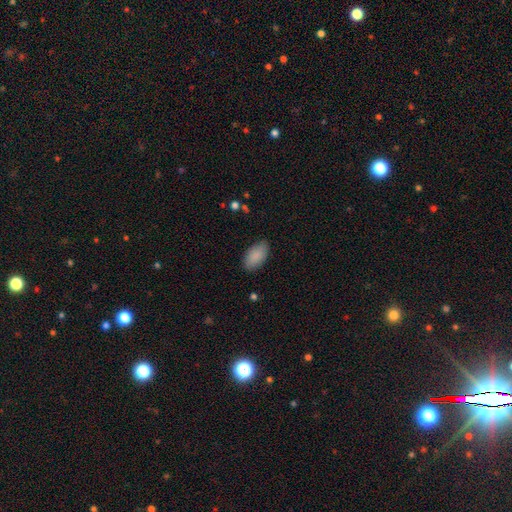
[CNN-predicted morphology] Q: Smooth or featured?
A: smooth (89%); runner-up: star or artifact (6%)
Q: How rounded?
A: in between (94%); runner-up: round (3%)
Q: Merging?
A: none (83%); runner-up: minor disturbance (13%)